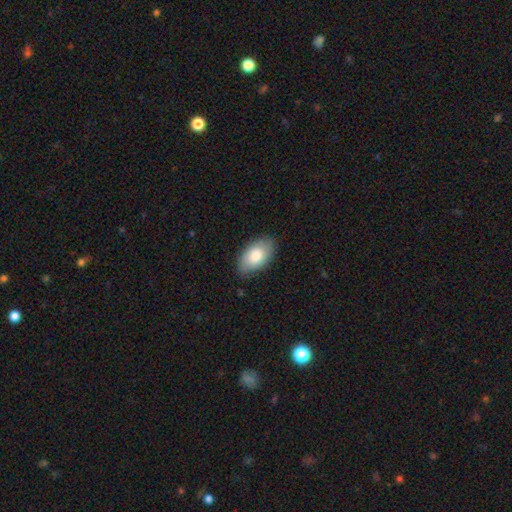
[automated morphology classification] This appears to be a smooth galaxy with no disk features (79%) that is in between round and cigar-shaped (94%). Merging: none (80%).